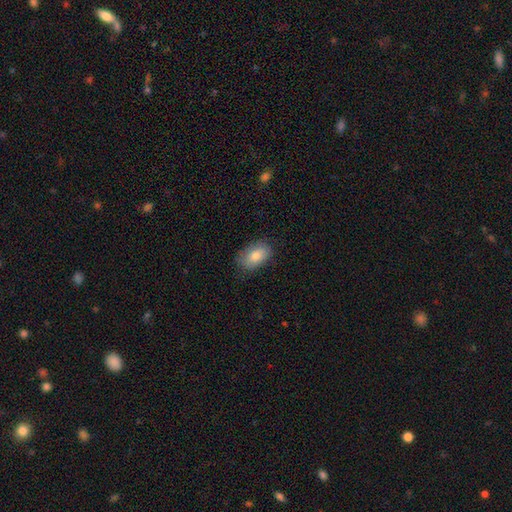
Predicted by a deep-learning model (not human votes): Morphology: type=smooth (81%); roundness=in between (90%); merging=none (81%).